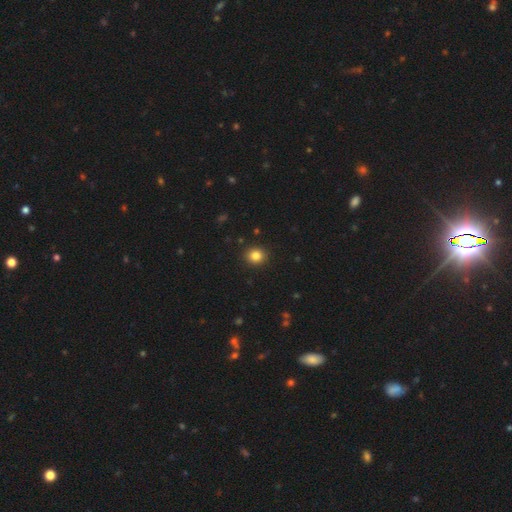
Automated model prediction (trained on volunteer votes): Q: Smooth or featured?
A: smooth (84%); runner-up: star or artifact (12%)
Q: How rounded?
A: round (85%); runner-up: in between (14%)
Q: Merging?
A: none (92%); runner-up: minor disturbance (5%)